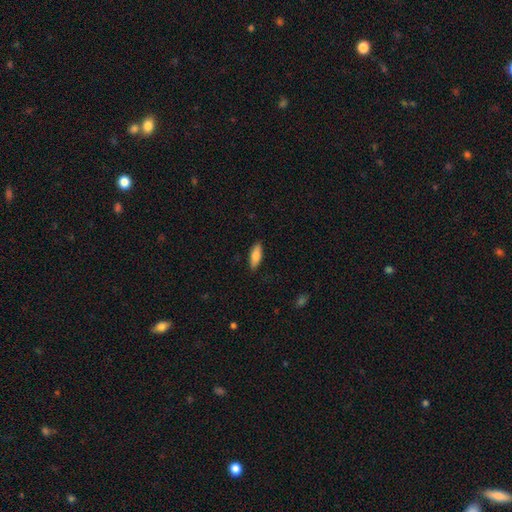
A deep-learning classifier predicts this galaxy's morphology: A smooth galaxy with no disk features (78%) that is in between round and cigar-shaped (63%).

Vote fractions:
- Smooth or featured? smooth: 78% / featured or disk: 16% / star or artifact: 6%
- How rounded? in between: 63% / cigar-shaped: 35% / round: 2%
- Merging? none: 88% / minor disturbance: 9% / major disturbance: 2% / merger: 1%